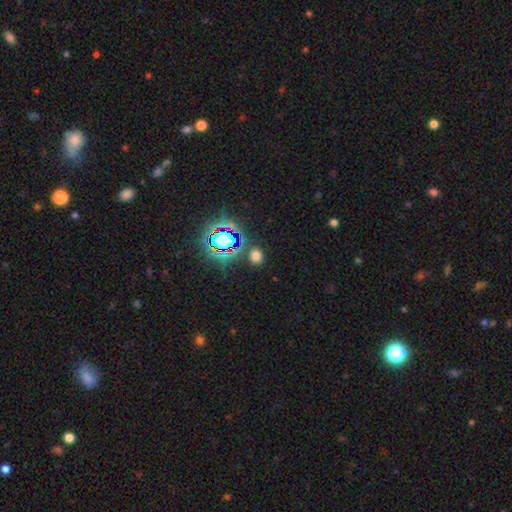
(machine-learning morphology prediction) smooth_or_featured: smooth (p=0.63) [alt: star or artifact p=0.31]
how_rounded: round (p=0.55) [alt: in between p=0.43]
merging: none (p=0.84) [alt: minor disturbance p=0.09]